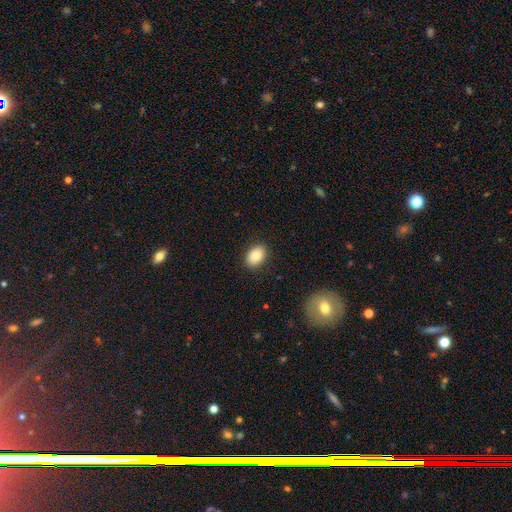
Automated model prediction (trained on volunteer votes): This is clearly a smooth galaxy (86%). How rounded: clearly in between (80%). Merging: clearly none (88%).